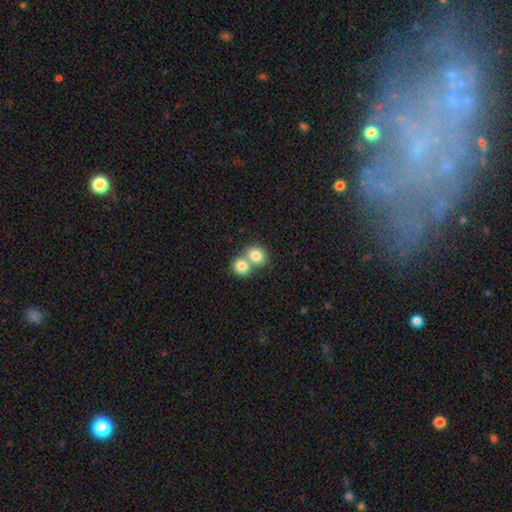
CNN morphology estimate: smooth_or_featured: smooth (p=0.81) [alt: featured or disk p=0.11]
how_rounded: round (p=0.73) [alt: in between p=0.26]
merging: merger (p=0.62) [alt: none p=0.30]